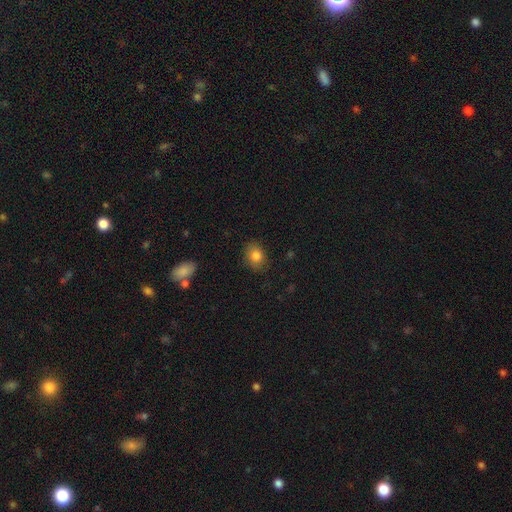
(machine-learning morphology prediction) smooth-or-featured: smooth: 84% | star or artifact: 9% | featured or disk: 7%
  how-rounded: in between: 53% | round: 46% | cigar-shaped: 1%
  merging: none: 84% | minor disturbance: 12% | major disturbance: 3% | merger: 1%